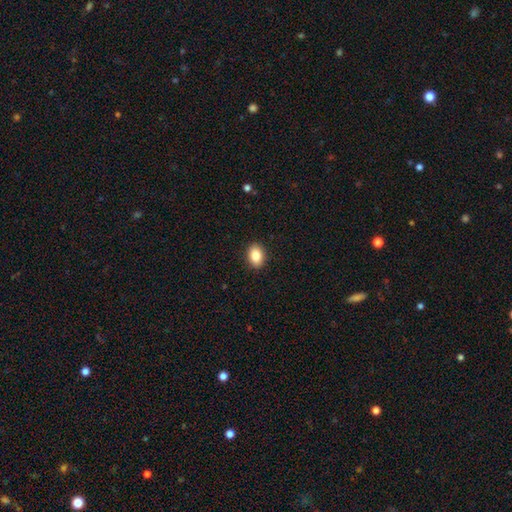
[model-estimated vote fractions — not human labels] A smooth galaxy with no disk features (86%) that is in between round and cigar-shaped (77%). Merging: none (91%).